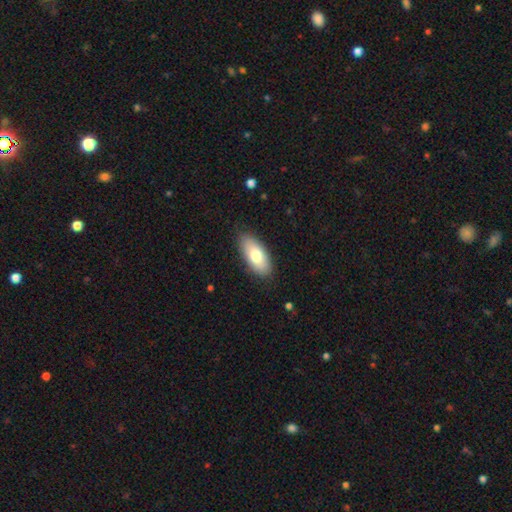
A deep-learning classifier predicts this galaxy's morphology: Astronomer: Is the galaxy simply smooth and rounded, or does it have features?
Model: smooth — 76%.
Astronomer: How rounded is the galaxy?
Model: in between — 88%.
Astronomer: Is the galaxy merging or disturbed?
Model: none — 84%.